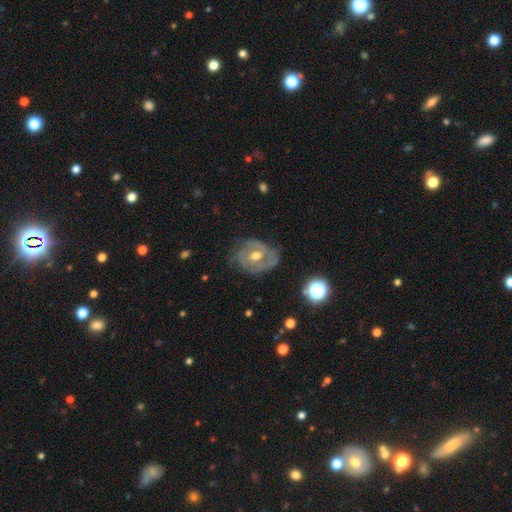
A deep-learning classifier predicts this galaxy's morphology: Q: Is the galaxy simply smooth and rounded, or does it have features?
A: featured or disk — 77%.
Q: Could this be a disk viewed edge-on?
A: no — 97%.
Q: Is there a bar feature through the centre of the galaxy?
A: no — 51%.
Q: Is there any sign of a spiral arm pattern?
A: yes — 81%.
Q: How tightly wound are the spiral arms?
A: tight — 48%.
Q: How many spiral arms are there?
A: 2 — 48%.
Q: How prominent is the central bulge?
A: moderate — 76%.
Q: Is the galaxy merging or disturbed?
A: none — 62%.